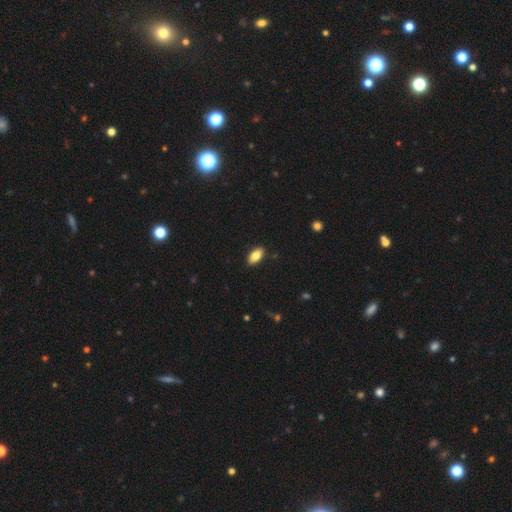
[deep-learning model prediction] Morphology: type=smooth (82%); roundness=in between (91%); merging=none (89%).